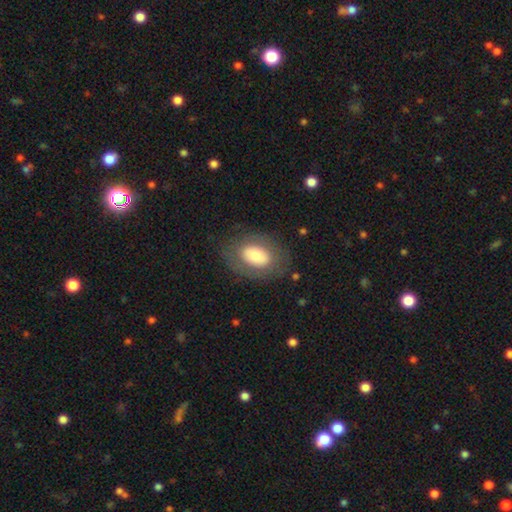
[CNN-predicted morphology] The model was most divided on "smooth or featured": smooth: 61%, featured or disk: 32%, star or artifact: 7%. More confident: how rounded — in between (83%); merging — none (78%).